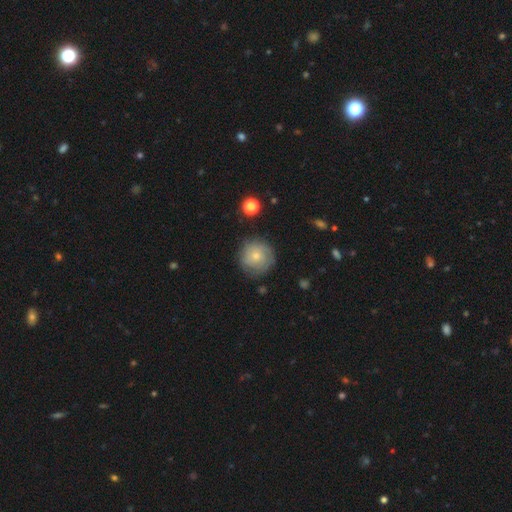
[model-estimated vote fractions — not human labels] Q: Smooth or featured?
A: smooth (53%); runner-up: featured or disk (39%)
Q: How rounded?
A: round (93%); runner-up: in between (6%)
Q: Merging?
A: none (77%); runner-up: minor disturbance (16%)